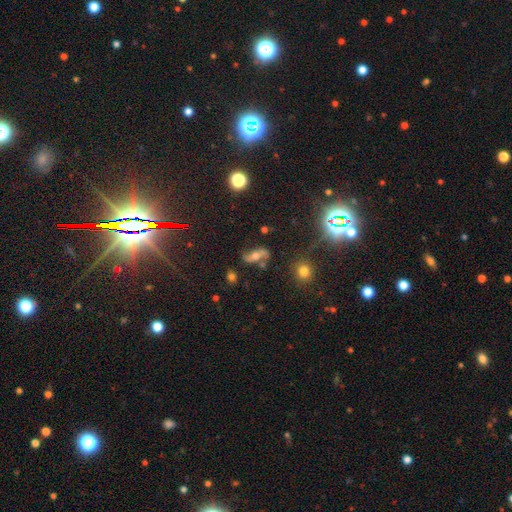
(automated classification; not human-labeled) This is possibly a featured or disk galaxy (56%). It is clearly not viewed edge-on (85%). Merging: likely none (66%).